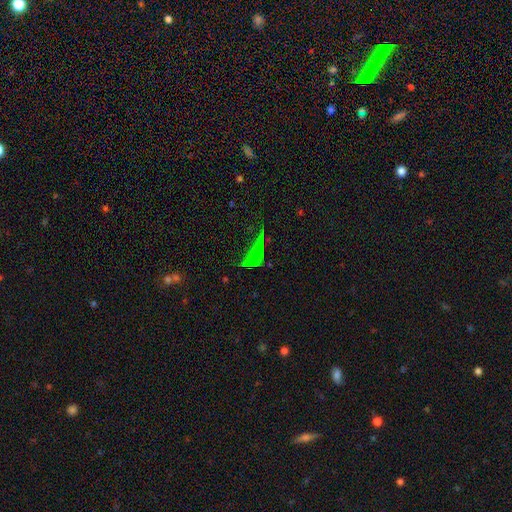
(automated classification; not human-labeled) The model was most divided on "smooth or featured": star or artifact: 50%, smooth: 28%, featured or disk: 22%.